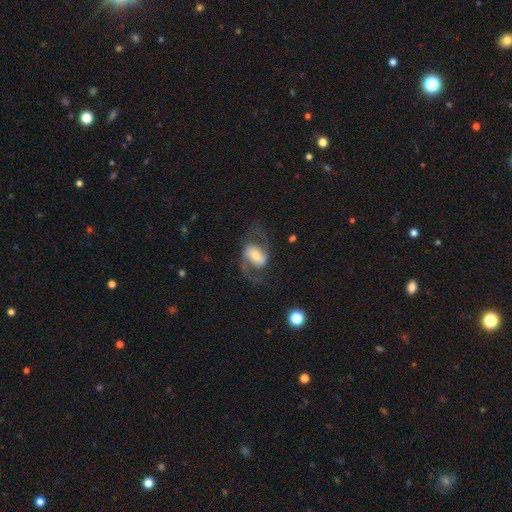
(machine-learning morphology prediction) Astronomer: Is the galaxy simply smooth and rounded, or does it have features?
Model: featured or disk — 72%.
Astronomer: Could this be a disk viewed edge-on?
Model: no — 96%.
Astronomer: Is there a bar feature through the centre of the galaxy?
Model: weak — 38% (runner-up: strong, 31%).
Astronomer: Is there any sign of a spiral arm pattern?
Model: yes — 86%.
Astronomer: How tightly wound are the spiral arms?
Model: medium — 50% (runner-up: loose, 39%).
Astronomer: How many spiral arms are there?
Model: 2 — 89%.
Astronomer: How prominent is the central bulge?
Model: moderate — 49% (runner-up: small, 32%).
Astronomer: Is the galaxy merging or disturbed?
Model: none — 65%.